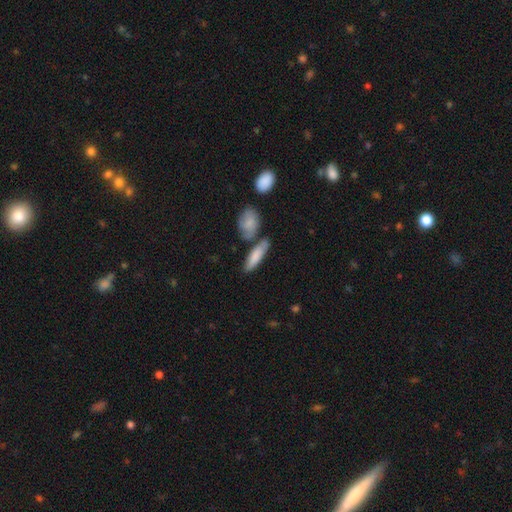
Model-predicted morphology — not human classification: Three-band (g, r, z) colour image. It shows a smooth galaxy with no disk features (80%) that is cigar-shaped (51%). Merging: none (60%).